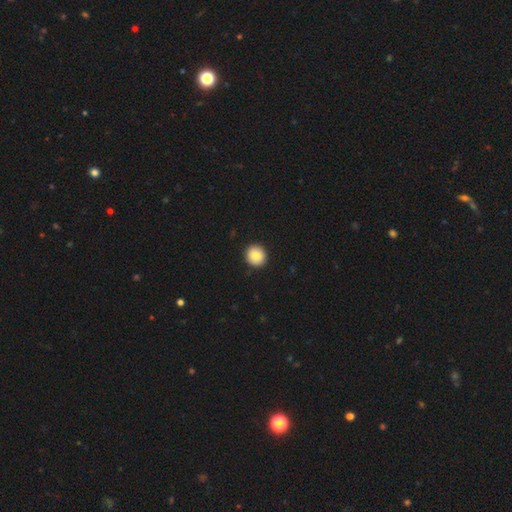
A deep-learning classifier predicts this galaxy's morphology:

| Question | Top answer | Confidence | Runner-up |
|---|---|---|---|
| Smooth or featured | smooth | 86% | star or artifact (8%) |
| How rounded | round | 91% | in between (8%) |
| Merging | none | 92% | minor disturbance (5%) |